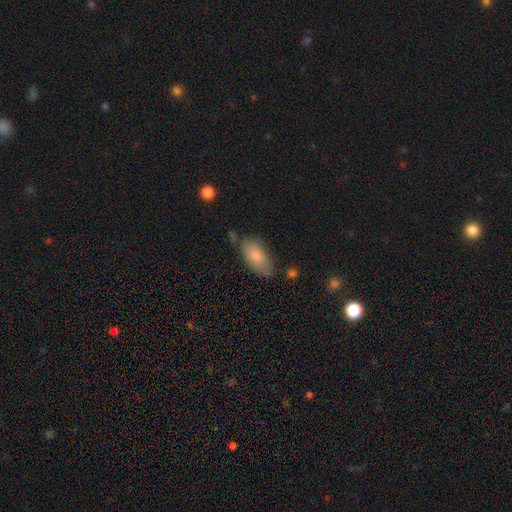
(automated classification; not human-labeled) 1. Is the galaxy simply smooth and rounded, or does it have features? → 80% smooth, 14% featured or disk, 6% star or artifact.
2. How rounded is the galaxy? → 91% in between, 6% cigar-shaped, 3% round.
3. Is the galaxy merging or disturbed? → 68% none, 22% minor disturbance, 5% major disturbance, 5% merger.